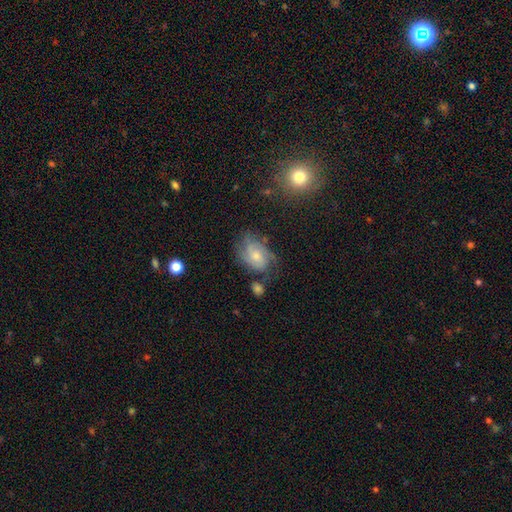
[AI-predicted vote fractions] A featured or disk galaxy (65%) with no bar (65%), tight (45%) spiral arms (87%) and a small central bulge (52%).

Vote fractions:
- Smooth or featured? featured or disk: 65% / smooth: 26% / star or artifact: 9%
- Edge-on disk? no: 97% / yes: 3%
- Bar? no: 65% / weak: 30% / strong: 4%
- Spiral arms? yes: 87% / no: 13%
- Spiral winding? tight: 45% / medium: 40% / loose: 15%
- Spiral arm count? can't tell: 37% / 2: 31% / 3: 18% / 1: 5% / 4: 5% / more than 4: 4%
- Bulge size? small: 52% / moderate: 38% / none: 6% / large: 3% / dominant: 1%
- Merging? none: 55% / minor disturbance: 25% / major disturbance: 14% / merger: 5%